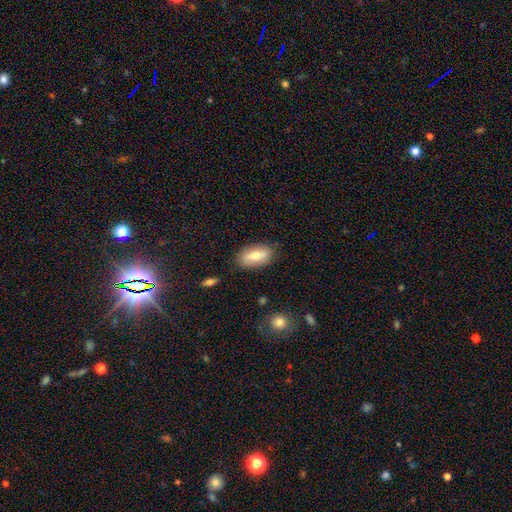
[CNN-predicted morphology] This is likely a smooth galaxy (66%). How rounded: clearly in between (90%). Merging: clearly none (82%).